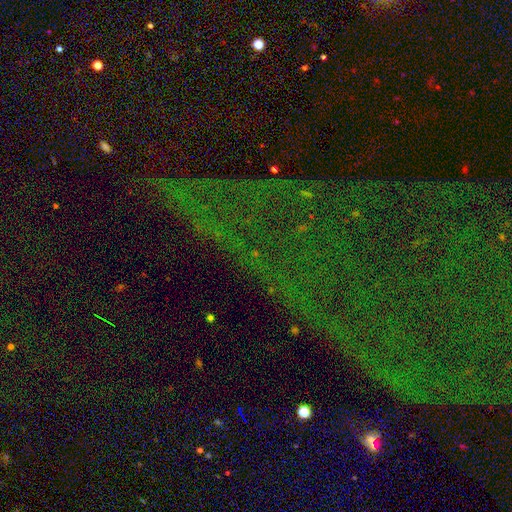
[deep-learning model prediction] smooth-or-featured: star or artifact: 81% | featured or disk: 10% | smooth: 9%